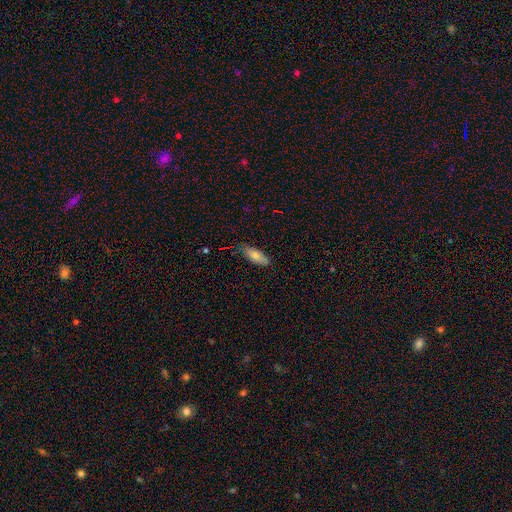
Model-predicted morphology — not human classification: type=smooth (72%); roundness=in between (73%); merging=none (72%).